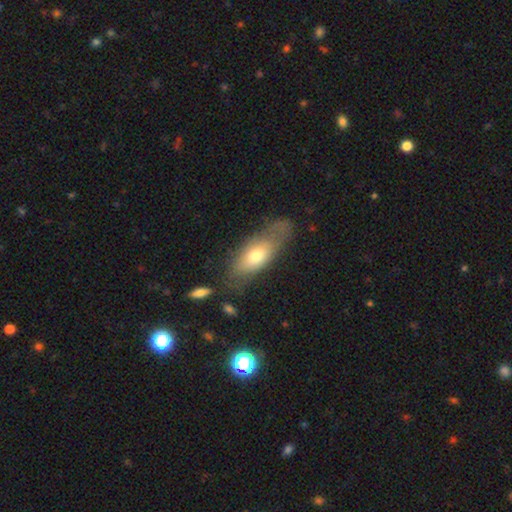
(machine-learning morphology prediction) A smooth galaxy with no disk features (64%) that is in between round and cigar-shaped (76%).

Vote fractions:
- Smooth or featured? smooth: 64% / featured or disk: 29% / star or artifact: 7%
- How rounded? in between: 76% / cigar-shaped: 21% / round: 3%
- Merging? none: 51% / minor disturbance: 27% / major disturbance: 17% / merger: 5%